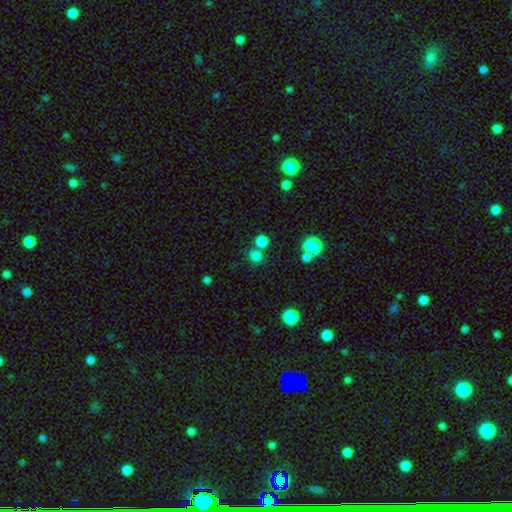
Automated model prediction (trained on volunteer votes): Smooth or featured? Predicted: smooth (p=0.75). How rounded? Predicted: round (p=0.82). Merging? Predicted: none (p=0.67).